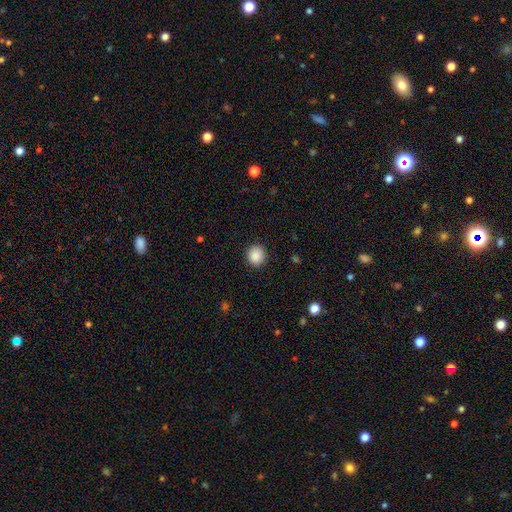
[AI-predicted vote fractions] This is clearly a smooth galaxy (89%). How rounded: clearly round (88%). Merging: clearly none (90%).